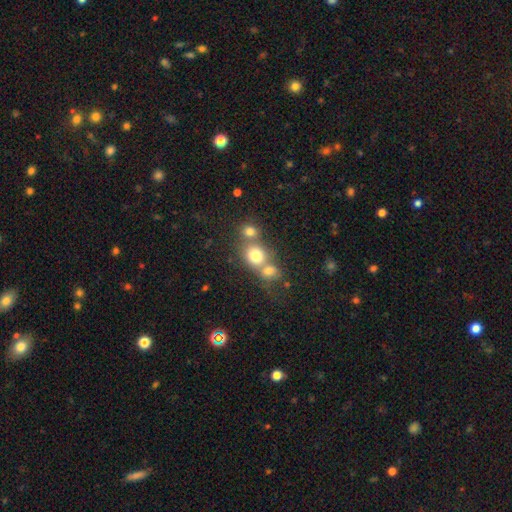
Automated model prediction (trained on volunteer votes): This appears to be a smooth galaxy with no disk features (75%) that is round (75%). Merging: merger (50%).